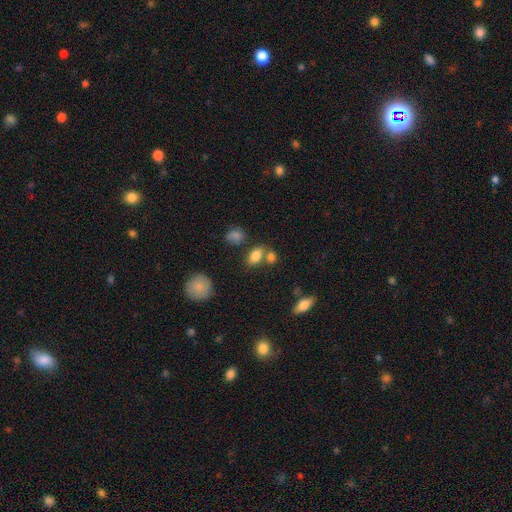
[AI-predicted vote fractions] Smooth or featured? smooth (81%)
How rounded? in between (83%)
Merging? none (57%)